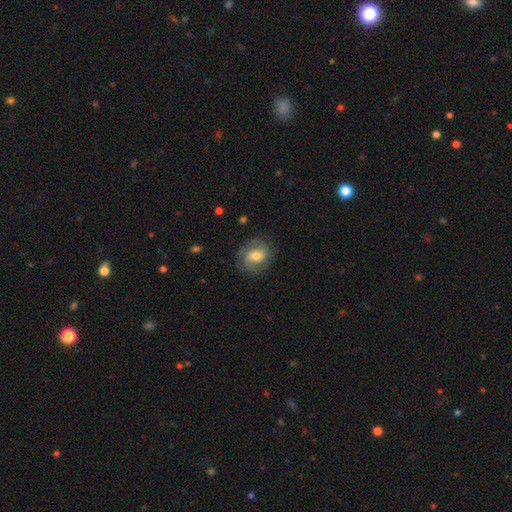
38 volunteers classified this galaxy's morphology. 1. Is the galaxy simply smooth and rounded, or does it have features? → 61% featured or disk, 34% smooth, 5% star or artifact.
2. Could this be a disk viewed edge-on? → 91% no, 9% yes.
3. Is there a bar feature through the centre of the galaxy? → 57% no, 33% weak, 10% strong.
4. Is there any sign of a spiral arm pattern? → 76% yes, 24% no.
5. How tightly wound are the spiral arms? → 38% loose, 31% tight, 31% medium.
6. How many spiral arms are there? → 81% 2, 12% 3, 6% 1, 0% 4, 0% more than 4, 0% can't tell.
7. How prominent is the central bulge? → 67% moderate, 19% small, 10% large, 5% none, 0% dominant.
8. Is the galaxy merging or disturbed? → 72% none, 25% minor disturbance, 3% major disturbance, 0% merger.